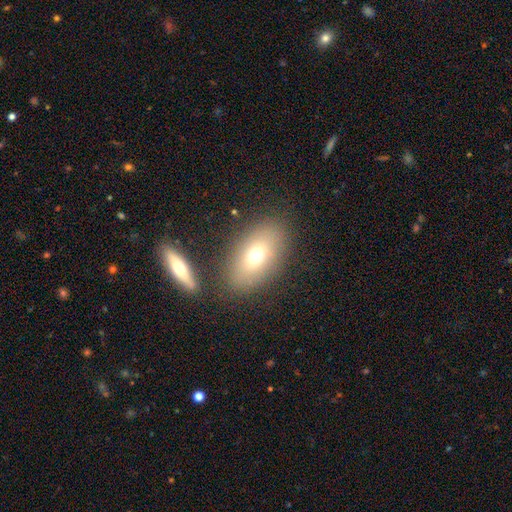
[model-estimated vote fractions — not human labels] smooth 68%, featured or disk 21%, star or artifact 11%. Down the decision tree: how rounded — in between (87%); merging — none (77%).